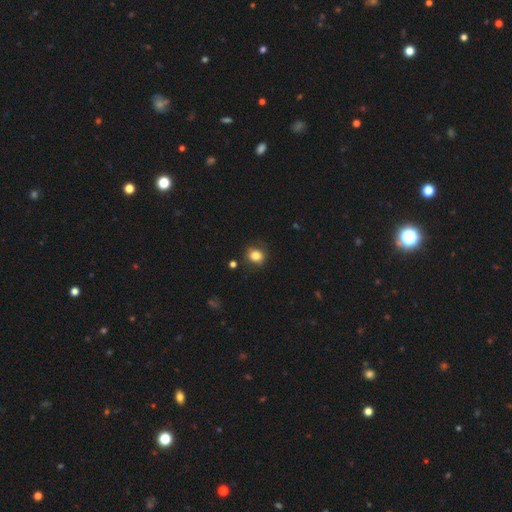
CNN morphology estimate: Smooth or featured? smooth (81%)
How rounded? round (63%)
Merging? none (76%)